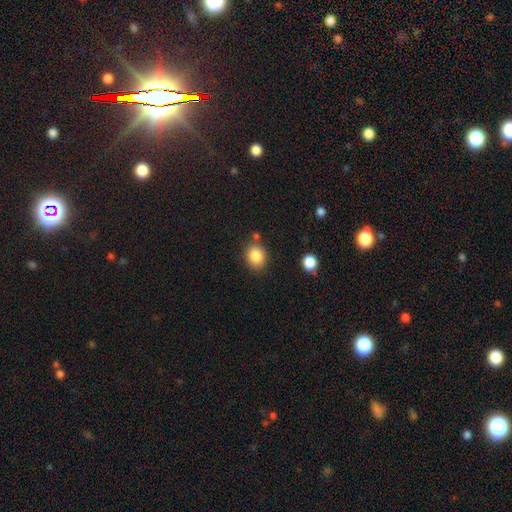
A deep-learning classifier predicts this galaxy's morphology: Q: Smooth or featured?
A: smooth (86%); runner-up: star or artifact (9%)
Q: How rounded?
A: round (62%); runner-up: in between (37%)
Q: Merging?
A: none (77%); runner-up: minor disturbance (12%)